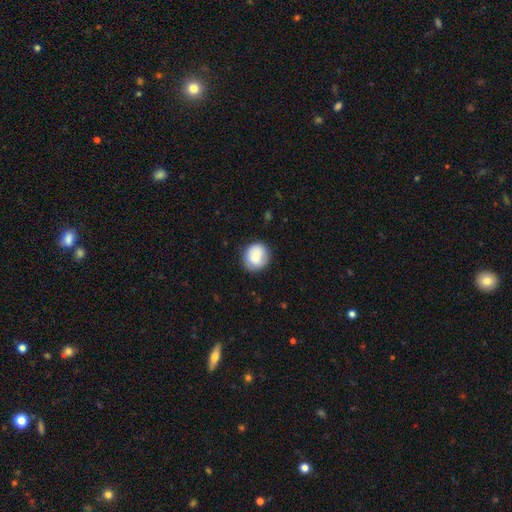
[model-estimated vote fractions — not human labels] Smooth or featured? Predicted: smooth (p=0.76). How rounded? Predicted: round (p=0.83). Merging? Predicted: none (p=0.81).